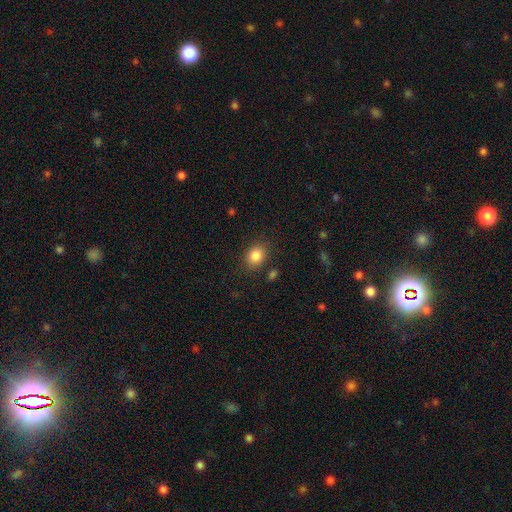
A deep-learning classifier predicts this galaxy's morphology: Smooth or featured? smooth (85%)
How rounded? in between (52%)
Merging? none (83%)